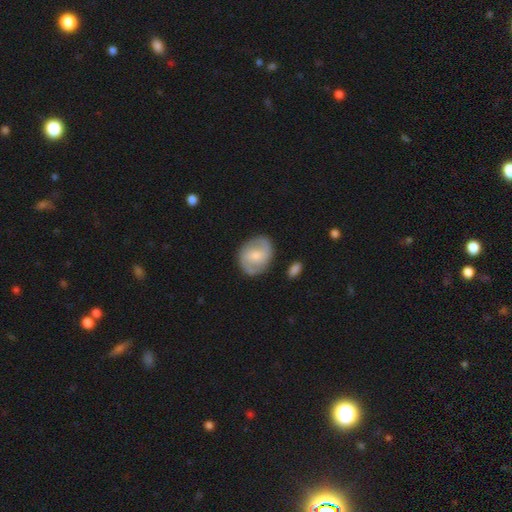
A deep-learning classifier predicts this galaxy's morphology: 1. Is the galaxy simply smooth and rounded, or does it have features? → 63% featured or disk, 31% smooth, 6% star or artifact.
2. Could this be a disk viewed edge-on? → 97% no, 3% yes.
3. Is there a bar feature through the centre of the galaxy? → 45% weak, 44% no, 11% strong.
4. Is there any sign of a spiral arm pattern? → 87% yes, 13% no.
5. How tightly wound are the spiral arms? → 48% medium, 29% tight, 23% loose.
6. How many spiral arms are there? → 86% 2, 8% can't tell, 2% 1, 2% 3, 1% 4, 1% more than 4.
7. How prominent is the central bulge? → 48% small, 41% moderate, 5% none, 4% large, 1% dominant.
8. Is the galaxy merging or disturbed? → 81% none, 13% minor disturbance, 4% major disturbance, 2% merger.